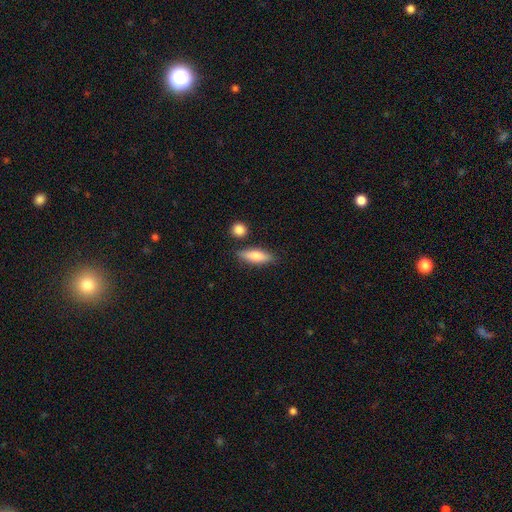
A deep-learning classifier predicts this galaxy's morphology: The model was most divided on "how rounded": in between: 51%, cigar-shaped: 46%, round: 3%. More confident: merging — none (80%); smooth or featured — smooth (74%).